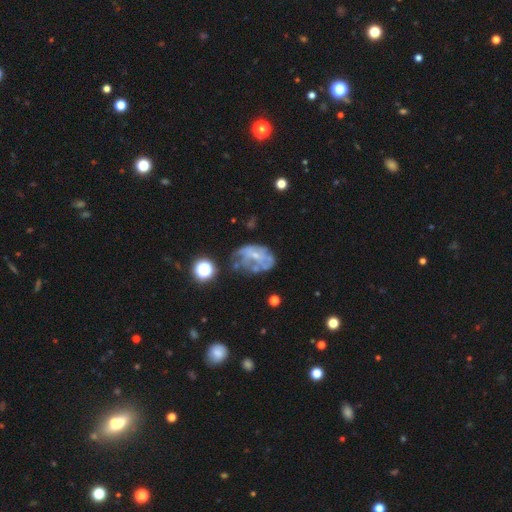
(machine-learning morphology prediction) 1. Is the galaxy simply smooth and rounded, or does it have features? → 61% featured or disk, 25% smooth, 14% star or artifact.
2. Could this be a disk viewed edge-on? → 97% no, 3% yes.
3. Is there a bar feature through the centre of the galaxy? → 78% no, 18% weak, 4% strong.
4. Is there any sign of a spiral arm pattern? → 66% no, 34% yes.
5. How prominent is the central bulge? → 62% small, 18% moderate, 18% none, 1% large, 1% dominant.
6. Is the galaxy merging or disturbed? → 35% none, 30% major disturbance, 26% minor disturbance, 9% merger.